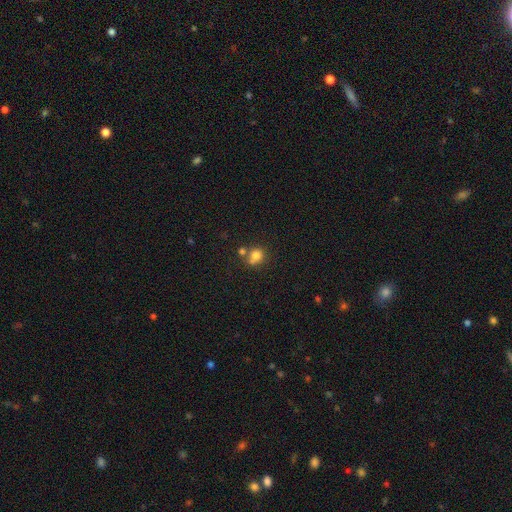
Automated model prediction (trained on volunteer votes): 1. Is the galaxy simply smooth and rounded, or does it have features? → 77% smooth, 12% star or artifact, 11% featured or disk.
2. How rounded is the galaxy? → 77% round, 22% in between, 1% cigar-shaped.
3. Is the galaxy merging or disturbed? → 47% none, 37% merger, 11% minor disturbance, 4% major disturbance.